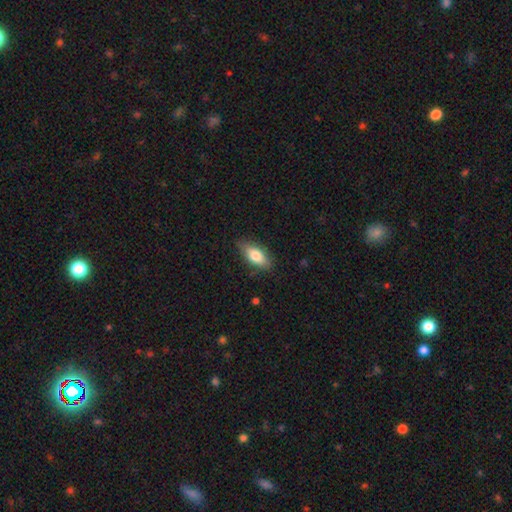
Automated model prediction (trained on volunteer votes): Morphology: type=smooth (76%); roundness=in between (84%); merging=none (82%).